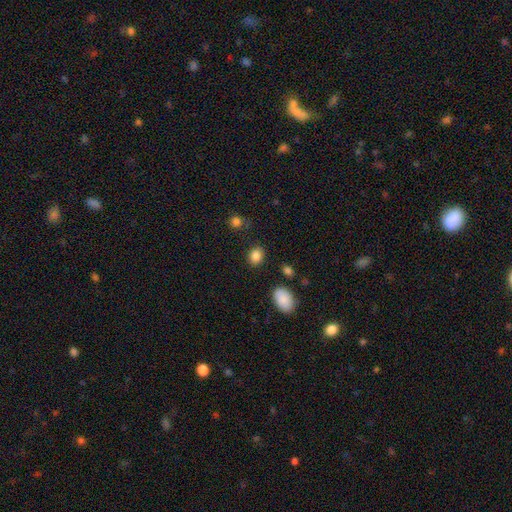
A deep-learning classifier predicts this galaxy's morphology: smooth-or-featured: smooth: 86% | star or artifact: 10% | featured or disk: 4%
  how-rounded: in between: 54% | round: 45% | cigar-shaped: 1%
  merging: none: 84% | minor disturbance: 10% | major disturbance: 3% | merger: 2%